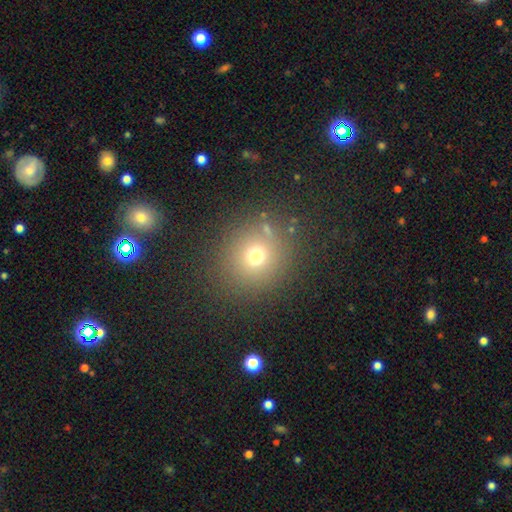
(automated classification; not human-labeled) Smooth or featured? Predicted: smooth (p=0.70). How rounded? Predicted: round (p=0.87). Merging? Predicted: none (p=0.84).